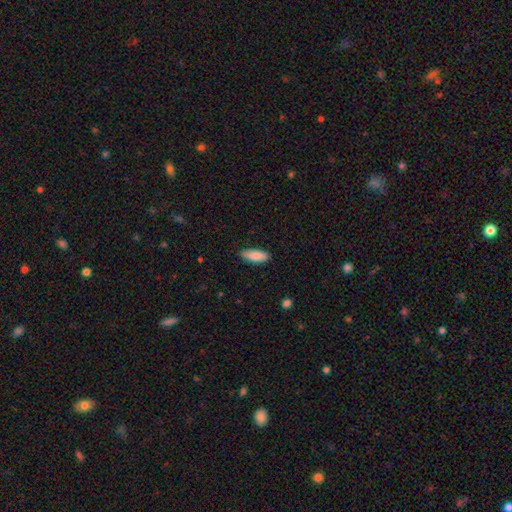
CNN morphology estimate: The model was most divided on "how rounded": in between: 71%, cigar-shaped: 28%, round: 2%. More confident: smooth or featured — smooth (88%); merging — none (83%).